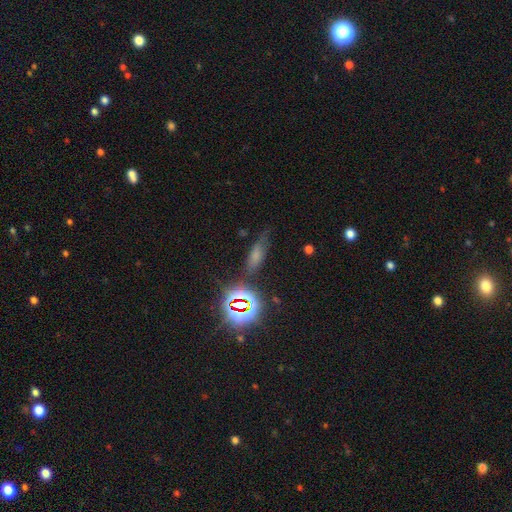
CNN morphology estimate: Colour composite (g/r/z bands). It shows a smooth galaxy with no disk features (57%) that is in between round and cigar-shaped (55%). Merging: none (60%).